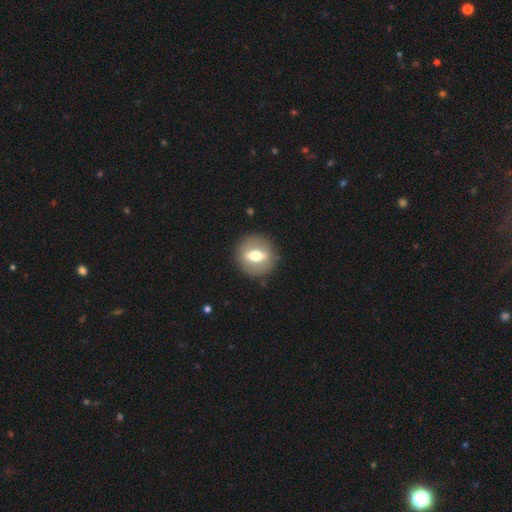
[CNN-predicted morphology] Smooth or featured: smooth — 47% (featured or disk — 46%)
Merging: none — 88% (minor disturbance — 7%)